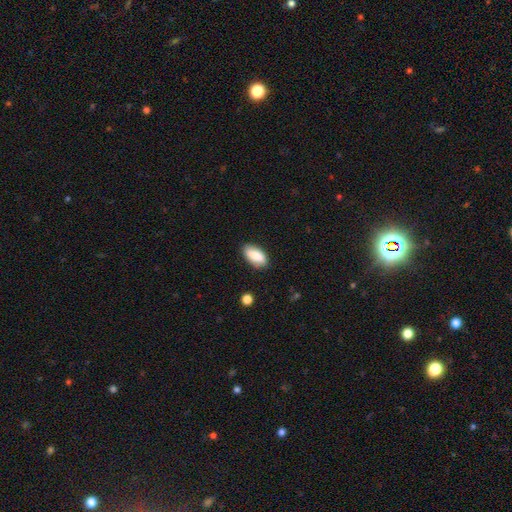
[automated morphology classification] This is clearly a smooth galaxy (84%). How rounded: clearly in between (91%). Merging: clearly none (84%).